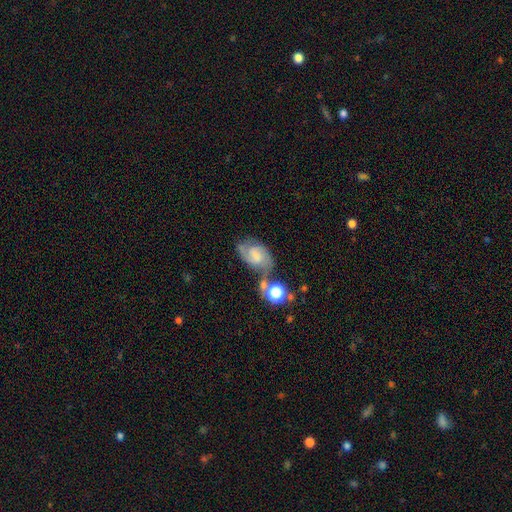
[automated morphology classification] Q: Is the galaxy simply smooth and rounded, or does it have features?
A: featured or disk — 66%.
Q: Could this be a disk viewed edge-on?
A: no — 97%.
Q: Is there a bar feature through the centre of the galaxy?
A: weak — 47%.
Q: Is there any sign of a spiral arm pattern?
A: yes — 91%.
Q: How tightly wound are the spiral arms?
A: medium — 50%.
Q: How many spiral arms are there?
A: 2 — 79%.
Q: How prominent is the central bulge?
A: small — 37%.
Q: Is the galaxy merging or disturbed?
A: none — 43%.